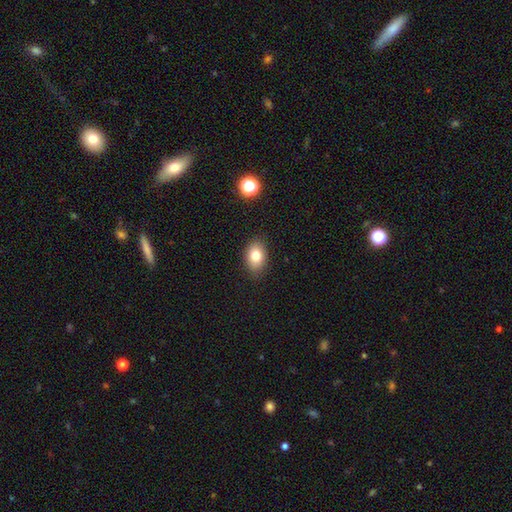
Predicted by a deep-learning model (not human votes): A smooth galaxy with no disk features (81%) that is in between round and cigar-shaped (80%). Merging: none (86%).